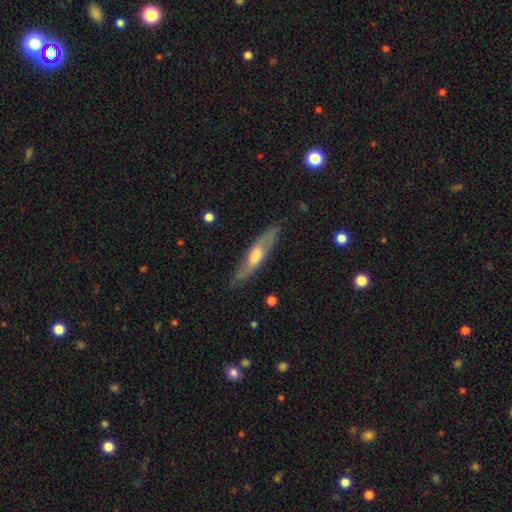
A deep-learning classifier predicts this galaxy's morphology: type=featured or disk (55%); edge-on=yes (64%); merging=none (79%).